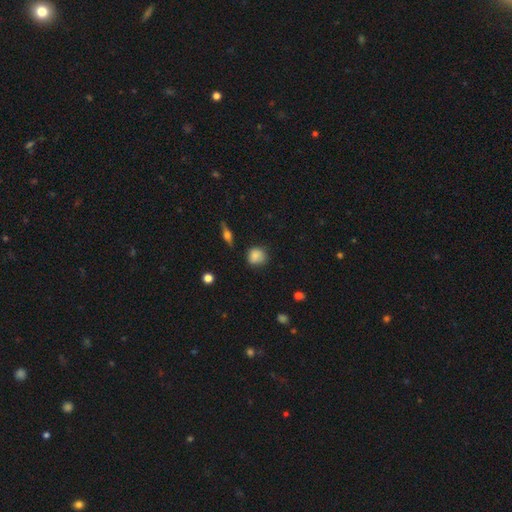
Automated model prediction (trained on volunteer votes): This is clearly a smooth galaxy (82%). How rounded: clearly round (82%). Merging: likely none (72%).